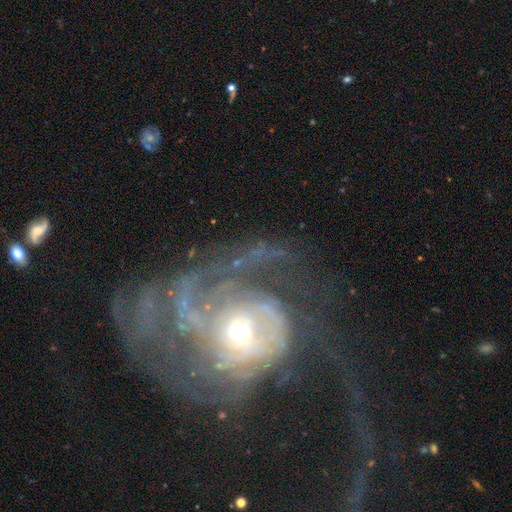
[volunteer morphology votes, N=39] featured or disk 92%, star or artifact 8%, smooth 0%. Down the decision tree: edge-on disk — no (97%); bar — no (83%); spiral arms — yes (94%); spiral arm count — 3 (30%, tied with can't tell); spiral winding — tight (36%); bulge size — moderate (51%); merging — major disturbance (61%).